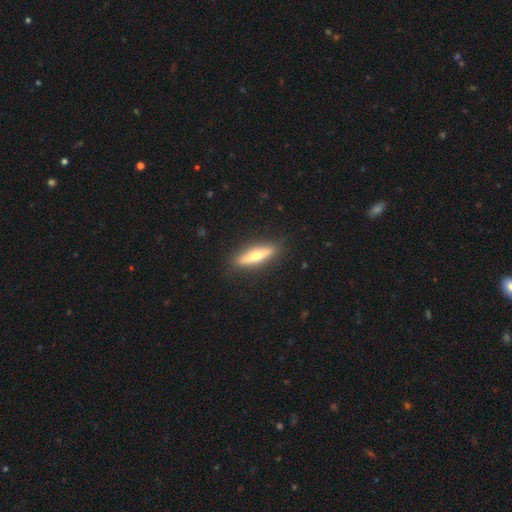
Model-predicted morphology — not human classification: A featured or disk galaxy (52%) viewed edge-on (92%). Merging: none (90%).